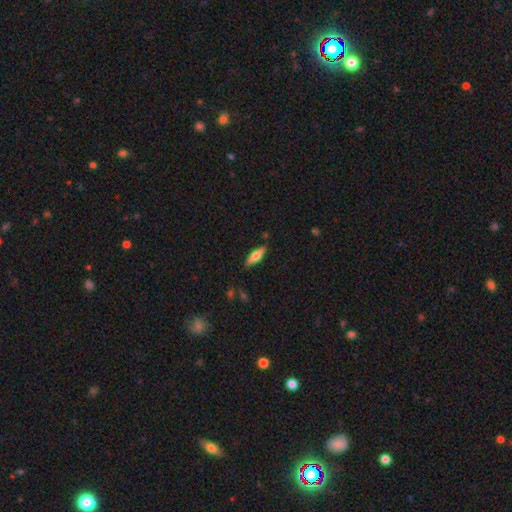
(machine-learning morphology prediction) Q: Smooth or featured?
A: smooth (58%); runner-up: featured or disk (36%)
Q: How rounded?
A: cigar-shaped (52%); runner-up: in between (45%)
Q: Merging?
A: none (86%); runner-up: minor disturbance (10%)